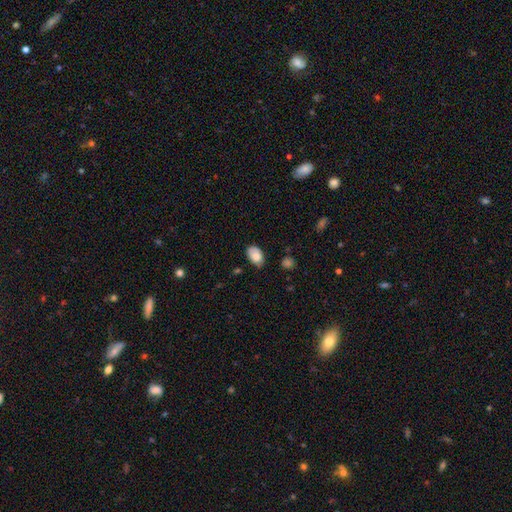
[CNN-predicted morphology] smooth-or-featured: smooth: 79% | featured or disk: 13% | star or artifact: 7%
  how-rounded: in between: 89% | round: 9% | cigar-shaped: 1%
  merging: none: 67% | minor disturbance: 26% | major disturbance: 5% | merger: 2%